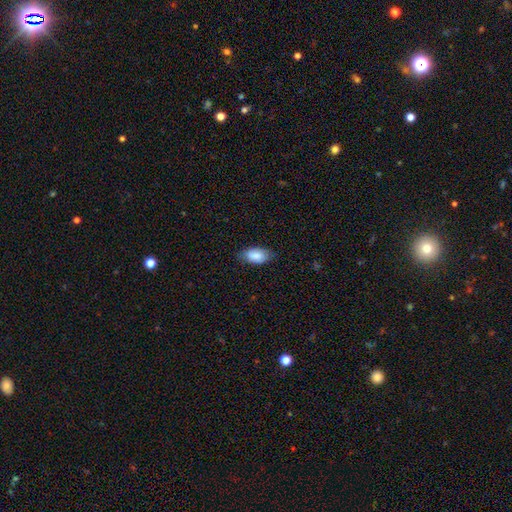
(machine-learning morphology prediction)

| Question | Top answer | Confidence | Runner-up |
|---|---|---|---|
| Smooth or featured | smooth | 84% | featured or disk (9%) |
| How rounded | in between | 93% | cigar-shaped (4%) |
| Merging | none | 78% | minor disturbance (17%) |